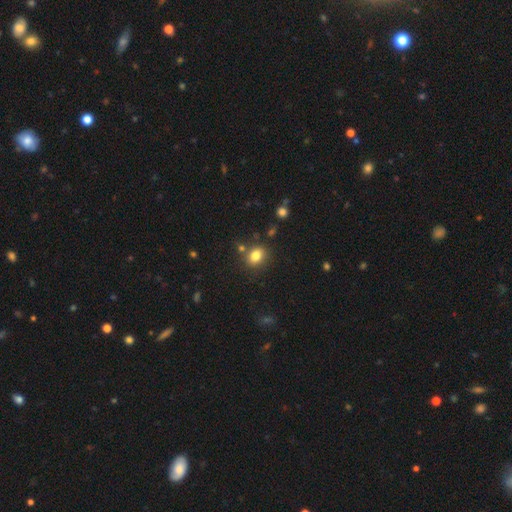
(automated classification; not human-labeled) A smooth galaxy with no disk features (82%) that is in between round and cigar-shaped (57%). Merging: none (78%).